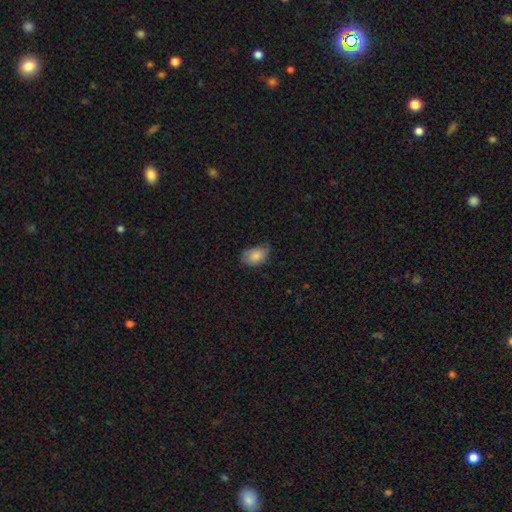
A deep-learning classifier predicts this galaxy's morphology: smooth 84%, featured or disk 9%, star or artifact 7%. Down the decision tree: how rounded — in between (89%); merging — none (62%).